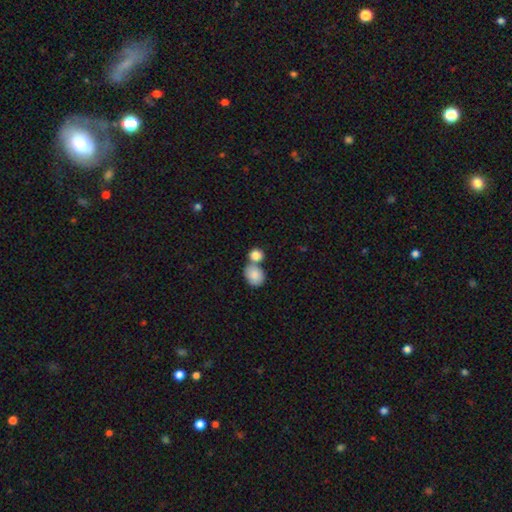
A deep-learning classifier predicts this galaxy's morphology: Smooth or featured? Predicted: smooth (p=0.85). How rounded? Predicted: round (p=0.67). Merging? Predicted: merger (p=0.49).